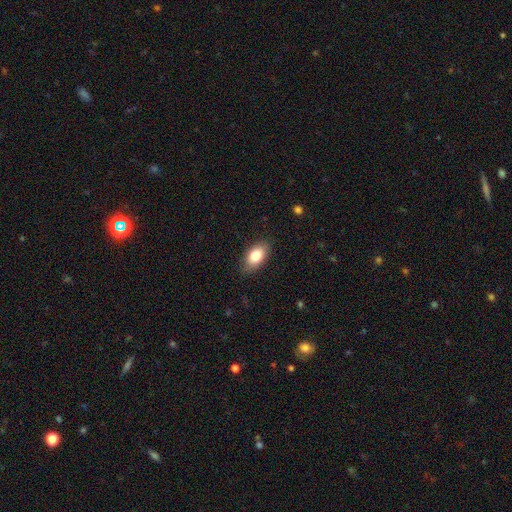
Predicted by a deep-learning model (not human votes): The model was most divided on "smooth or featured": smooth: 81%, featured or disk: 12%, star or artifact: 7%. More confident: how rounded — in between (91%); merging — none (84%).